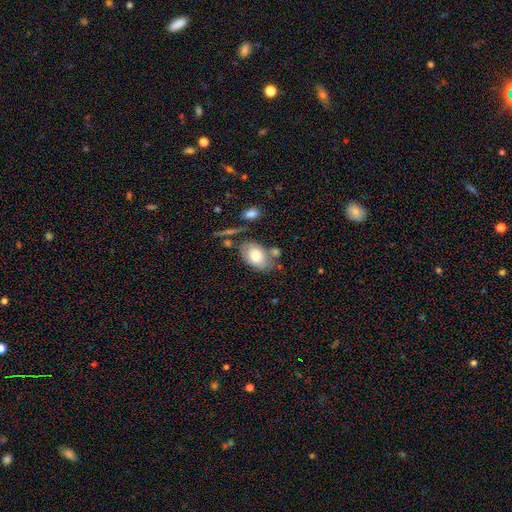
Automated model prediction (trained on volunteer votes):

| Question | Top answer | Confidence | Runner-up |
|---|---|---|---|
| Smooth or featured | smooth | 74% | featured or disk (19%) |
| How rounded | in between | 86% | round (13%) |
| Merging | none | 59% | minor disturbance (20%) |